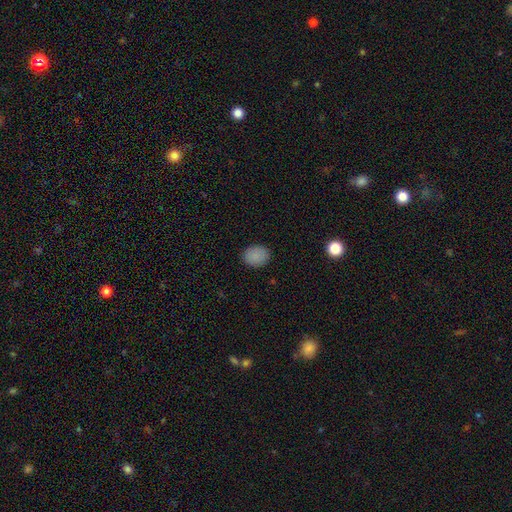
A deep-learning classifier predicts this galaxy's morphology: smooth-or-featured: smooth: 87% | star or artifact: 9% | featured or disk: 4%
  how-rounded: in between: 50% | round: 49% | cigar-shaped: 1%
  merging: none: 89% | minor disturbance: 8% | major disturbance: 2% | merger: 1%